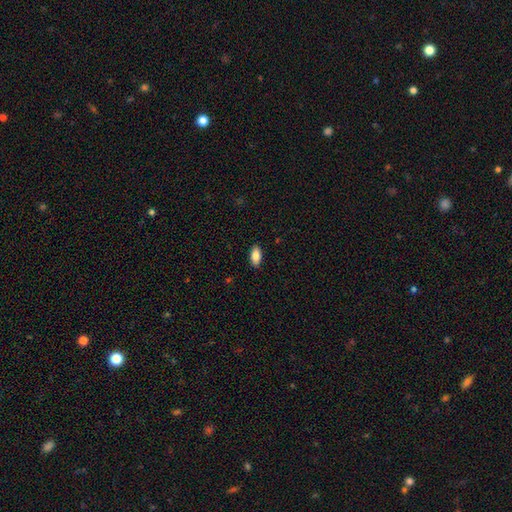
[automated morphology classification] Smooth or featured?
  - smooth: 85% *
  - featured or disk: 8%
  - star or artifact: 7%
How rounded?
  - in between: 91% *
  - cigar-shaped: 6%
  - round: 2%
Merging?
  - none: 90% *
  - minor disturbance: 8%
  - major disturbance: 2%
  - merger: 1%